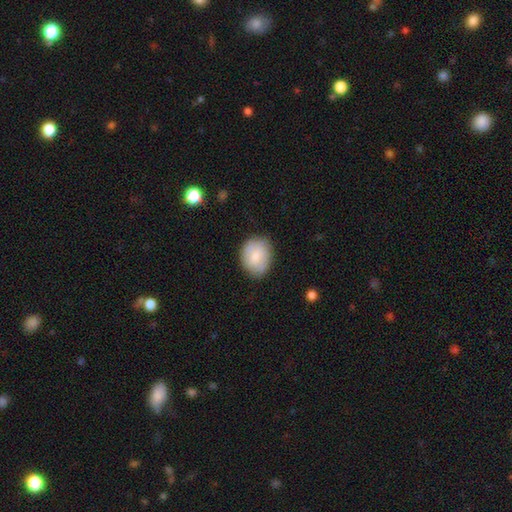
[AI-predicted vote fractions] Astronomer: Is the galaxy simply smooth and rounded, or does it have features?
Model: smooth — 76%.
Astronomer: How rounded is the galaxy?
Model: in between — 52% (runner-up: round, 47%).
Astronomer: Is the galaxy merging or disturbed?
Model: none — 78%.